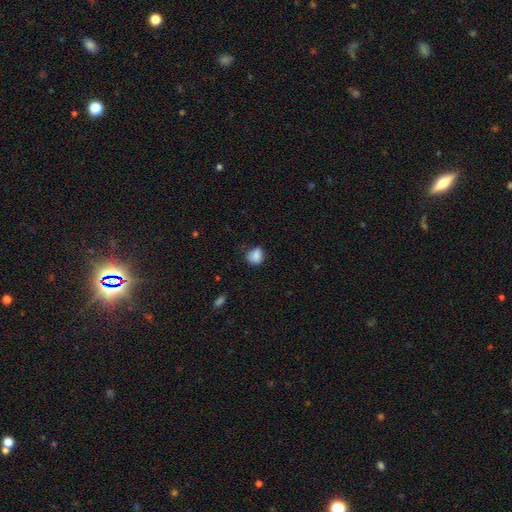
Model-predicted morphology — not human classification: Smooth or featured: smooth — 84% (star or artifact — 9%)
How rounded: round — 63% (in between — 36%)
Merging: none — 63% (minor disturbance — 28%)